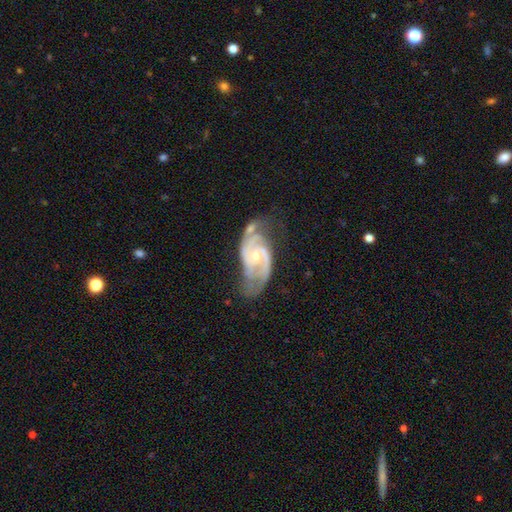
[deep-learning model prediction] Smooth or featured: featured or disk — 91% (smooth — 5%)
Edge-on disk: no — 97% (yes — 3%)
Bar: no — 59% (weak — 33%)
Spiral arms: yes — 97% (no — 3%)
Spiral winding: medium — 50% (tight — 36%)
Spiral arm count: 2 — 76% (3 — 11%)
Bulge size: small — 50% (moderate — 46%)
Merging: none — 53% (minor disturbance — 26%)